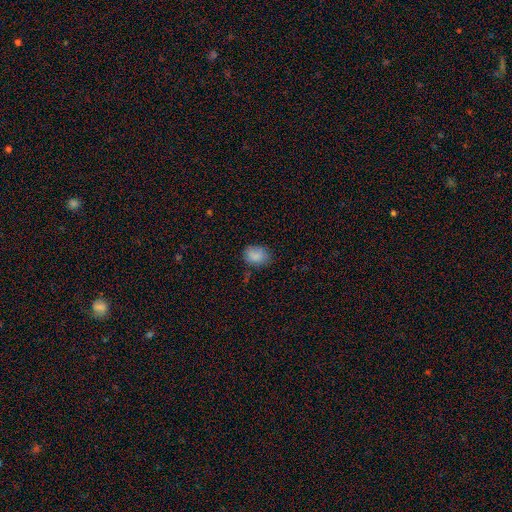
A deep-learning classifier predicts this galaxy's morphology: The model was most divided on "how rounded": in between: 65%, round: 34%, cigar-shaped: 1%. More confident: smooth or featured — smooth (84%); merging — none (72%).